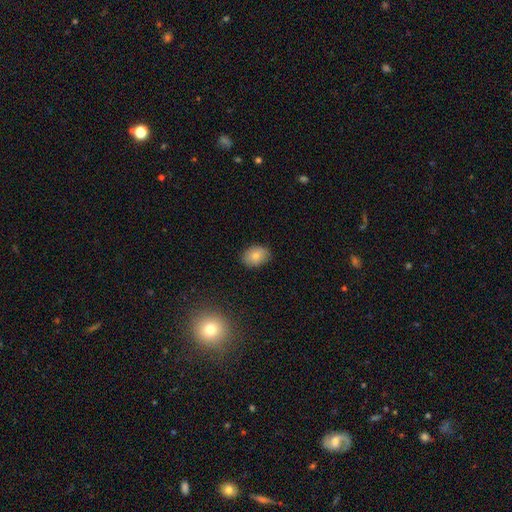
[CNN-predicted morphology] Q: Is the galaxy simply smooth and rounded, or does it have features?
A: smooth — 83%.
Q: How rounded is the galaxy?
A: in between — 75%.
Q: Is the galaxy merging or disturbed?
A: none — 86%.